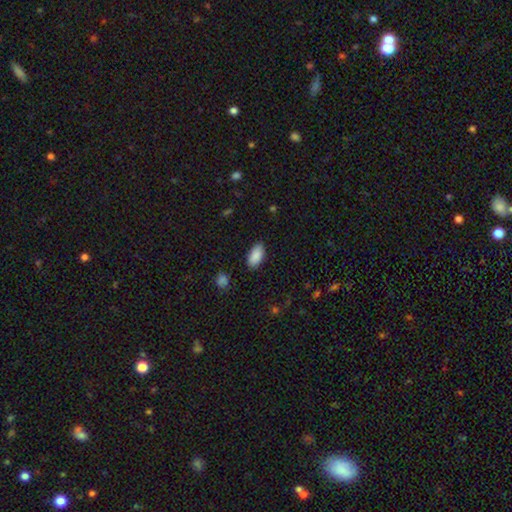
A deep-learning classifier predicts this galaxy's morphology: A smooth galaxy with no disk features (89%) that is in between round and cigar-shaped (93%).

Vote fractions:
- Smooth or featured? smooth: 89% / star or artifact: 7% / featured or disk: 4%
- How rounded? in between: 93% / cigar-shaped: 5% / round: 2%
- Merging? none: 86% / minor disturbance: 11% / major disturbance: 2% / merger: 1%